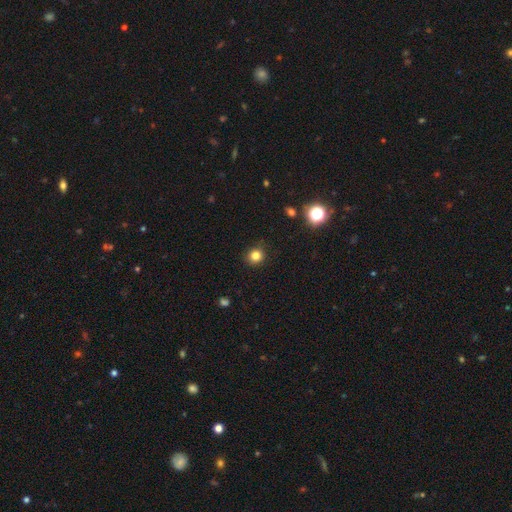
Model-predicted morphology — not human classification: type=smooth (83%); roundness=round (85%); merging=none (88%).